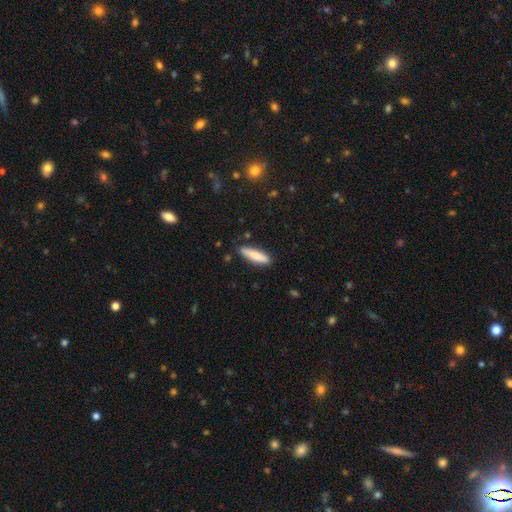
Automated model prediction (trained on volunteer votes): Q: Smooth or featured?
A: smooth (84%); runner-up: featured or disk (10%)
Q: How rounded?
A: cigar-shaped (69%); runner-up: in between (29%)
Q: Merging?
A: none (85%); runner-up: minor disturbance (12%)